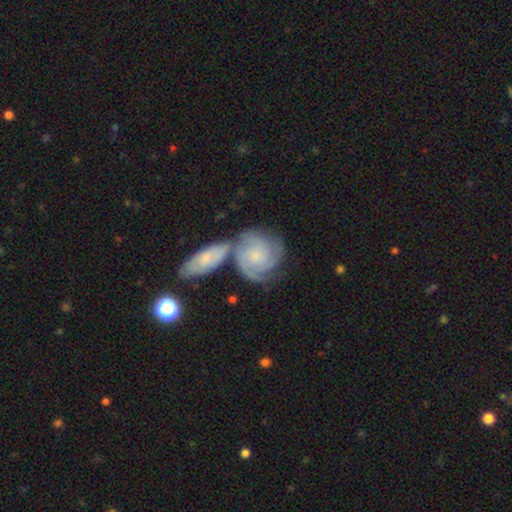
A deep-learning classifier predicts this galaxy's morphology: smooth_or_featured: featured or disk (p=0.73) [alt: smooth p=0.21]
disk_edge_on: no (p=0.96) [alt: yes p=0.04]
bar: no (p=0.72) [alt: weak p=0.24]
has_spiral_arms: yes (p=0.95) [alt: no p=0.05]
spiral_winding: tight (p=0.63) [alt: medium p=0.30]
spiral_arm_count: 3 (p=0.37) [alt: can't tell p=0.25]
bulge_size: small (p=0.54) [alt: moderate p=0.26]
merging: none (p=0.48) [alt: merger p=0.30]